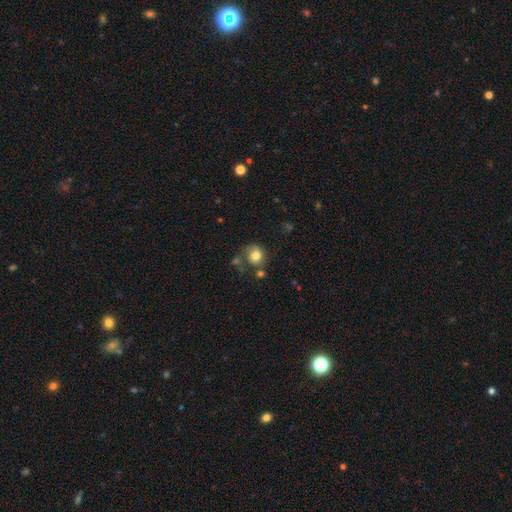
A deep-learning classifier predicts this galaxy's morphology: Smooth or featured? Predicted: smooth (p=0.80). How rounded? Predicted: round (p=0.80). Merging? Predicted: none (p=0.59).